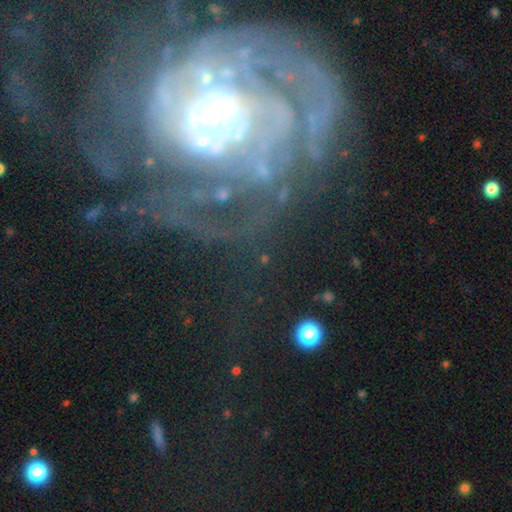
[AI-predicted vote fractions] A featured or disk galaxy (77%) with no bar (61%), tight (55%) spiral arms (73%) and a moderate central bulge (57%). Merging: none (52%).